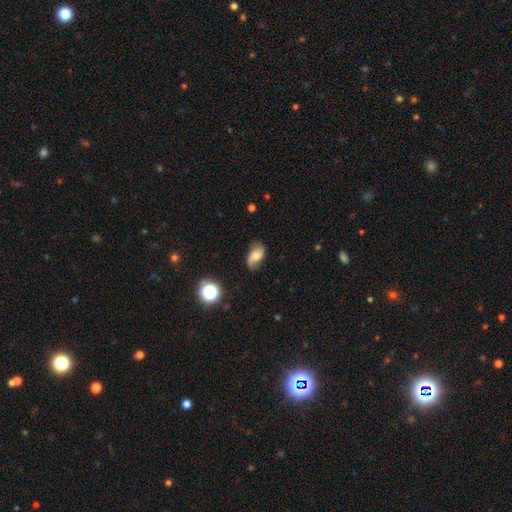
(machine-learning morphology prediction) The model was most divided on "smooth or featured": smooth: 53%, featured or disk: 35%, star or artifact: 12%. More confident: how rounded — in between (87%); merging — none (70%).